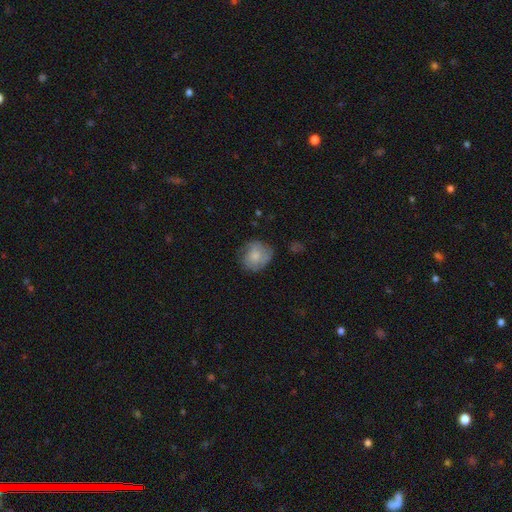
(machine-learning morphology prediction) type=smooth (67%); roundness=round (76%); merging=none (64%).